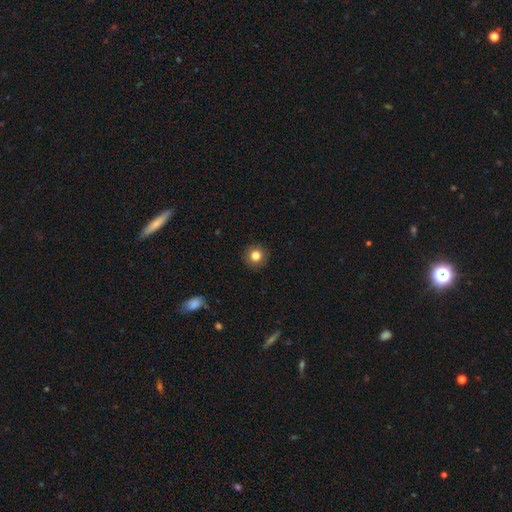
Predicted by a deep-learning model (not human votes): Smooth or featured? Predicted: smooth (p=0.82). How rounded? Predicted: round (p=0.93). Merging? Predicted: none (p=0.91).